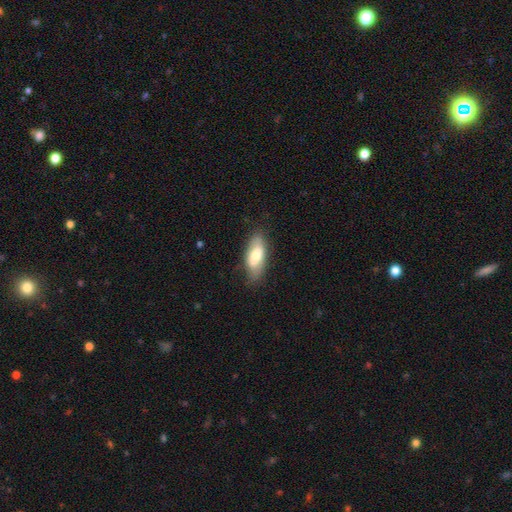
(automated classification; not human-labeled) Q: Smooth or featured?
A: smooth (65%); runner-up: featured or disk (28%)
Q: How rounded?
A: in between (79%); runner-up: cigar-shaped (19%)
Q: Merging?
A: none (76%); runner-up: minor disturbance (18%)